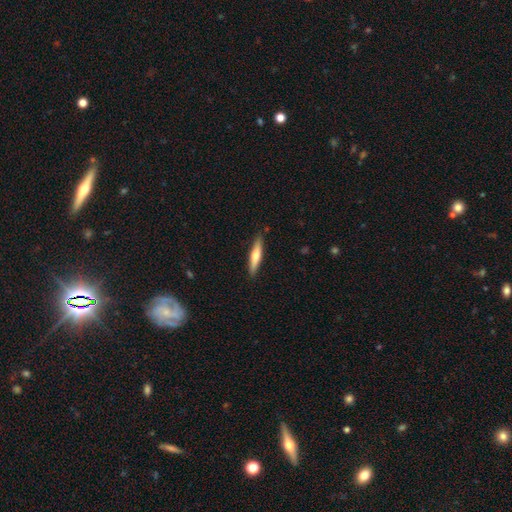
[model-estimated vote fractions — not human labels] smooth 55%, featured or disk 39%, star or artifact 5%. Down the decision tree: how rounded — cigar-shaped (87%); merging — none (88%).